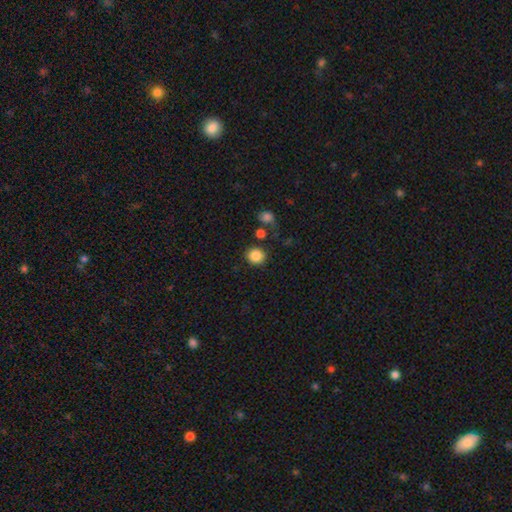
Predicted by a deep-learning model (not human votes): smooth 86%, star or artifact 10%, featured or disk 4%. Down the decision tree: how rounded — round (87%); merging — none (83%).